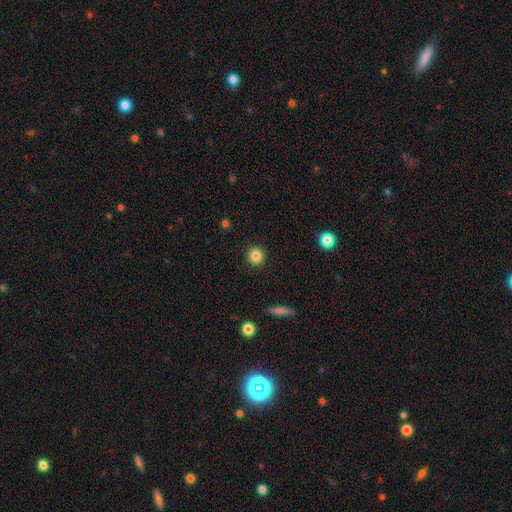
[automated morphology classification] Smooth or featured: smooth — 85% (star or artifact — 10%)
How rounded: round — 93% (in between — 6%)
Merging: none — 92% (minor disturbance — 5%)